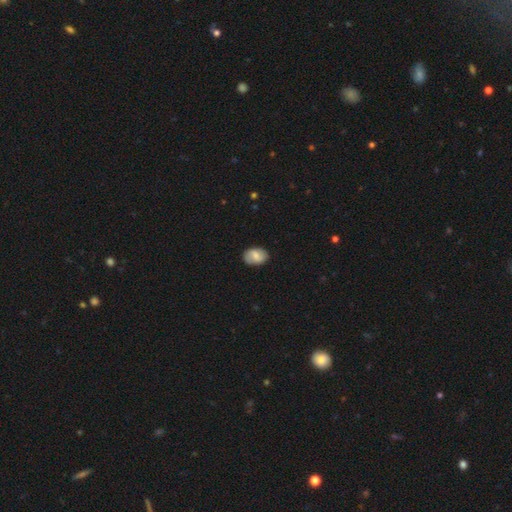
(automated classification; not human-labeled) This appears to be a smooth galaxy with no disk features (69%) that is in between round and cigar-shaped (81%). Merging: none (83%).